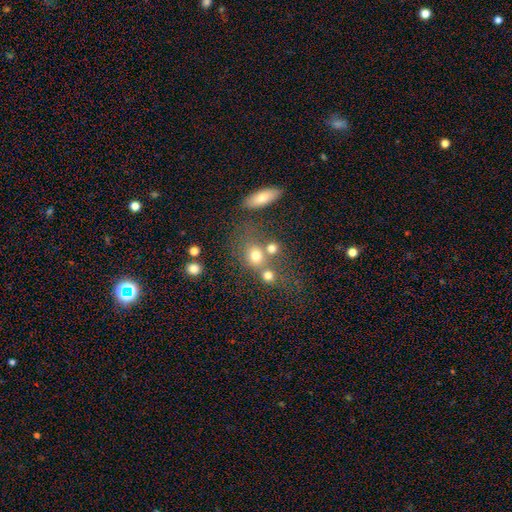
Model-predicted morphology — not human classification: type=smooth (73%); roundness=round (70%); merging=none (46%).